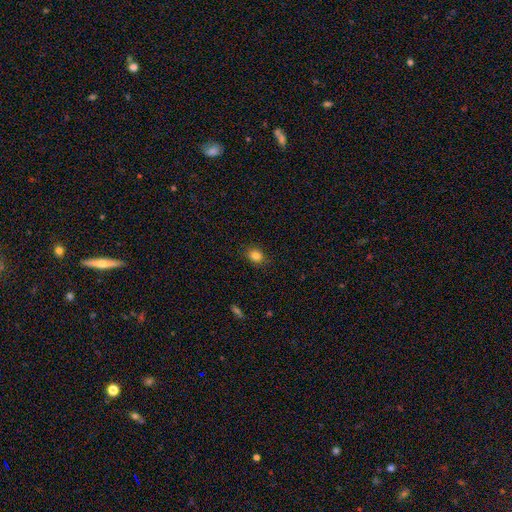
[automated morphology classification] type=smooth (83%); roundness=round (60%); merging=none (88%).